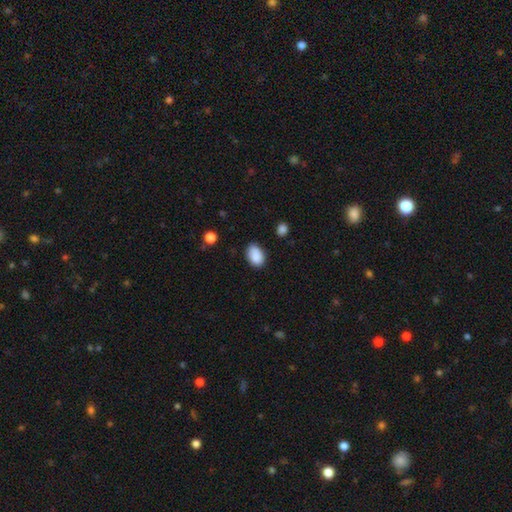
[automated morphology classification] This appears to be a smooth galaxy with no disk features (88%) that is in between round and cigar-shaped (88%). Merging: none (76%).